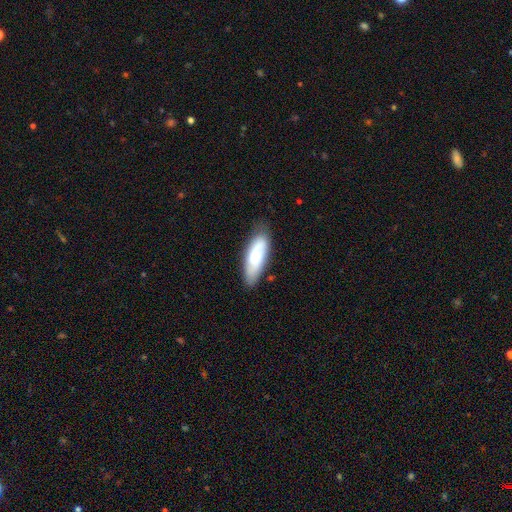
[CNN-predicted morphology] Smooth or featured? Predicted: smooth (p=0.67). How rounded? Predicted: in between (p=0.63). Merging? Predicted: none (p=0.72).